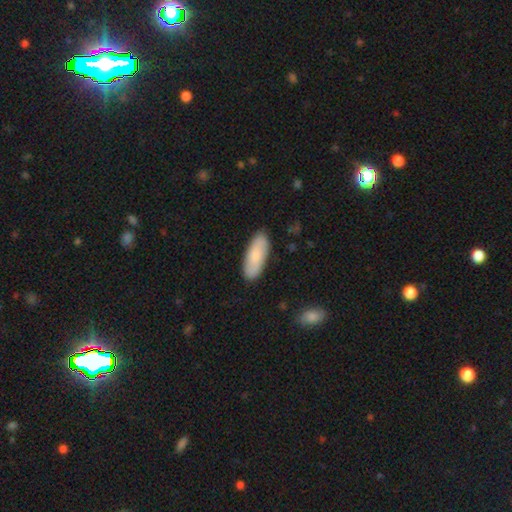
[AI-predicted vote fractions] Smooth or featured: smooth — 82% (featured or disk — 13%)
How rounded: in between — 74% (cigar-shaped — 24%)
Merging: none — 87% (minor disturbance — 10%)